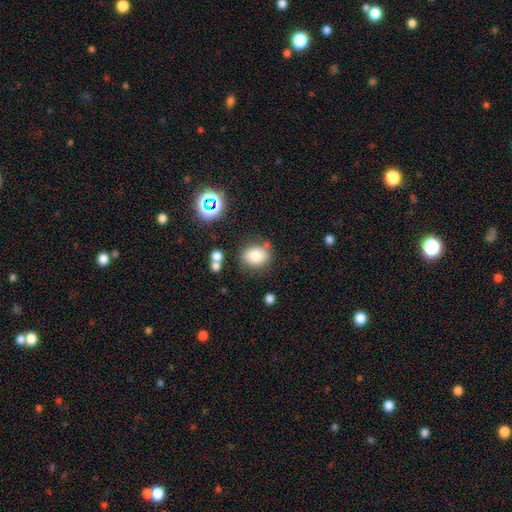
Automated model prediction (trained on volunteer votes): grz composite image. It shows a smooth galaxy with no disk features (76%) that is round (50%). Merging: none (68%).